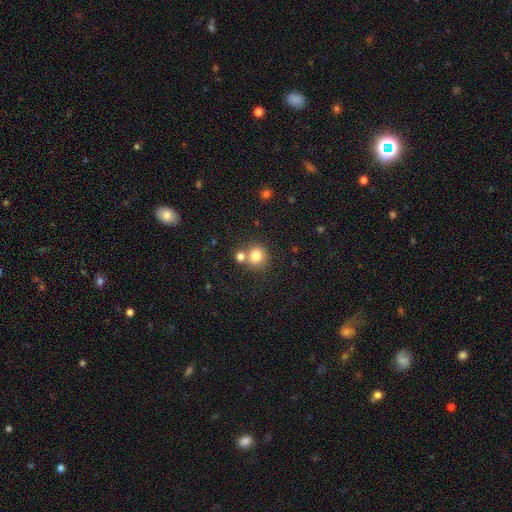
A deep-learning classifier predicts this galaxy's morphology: Smooth or featured? smooth (79%)
How rounded? round (88%)
Merging? none (57%)